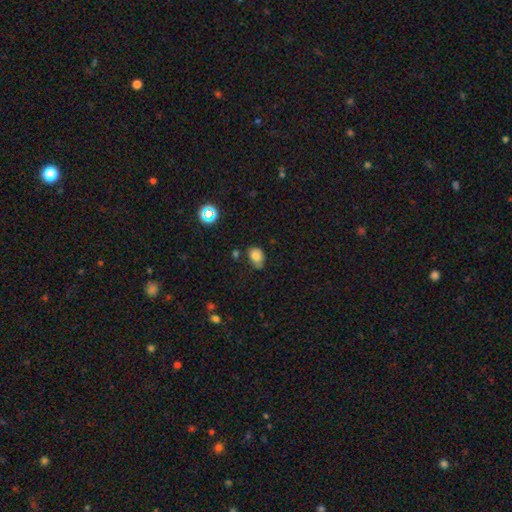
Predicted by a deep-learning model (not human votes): Q: Smooth or featured?
A: smooth (79%); runner-up: star or artifact (13%)
Q: How rounded?
A: in between (69%); runner-up: round (30%)
Q: Merging?
A: none (51%); runner-up: minor disturbance (35%)